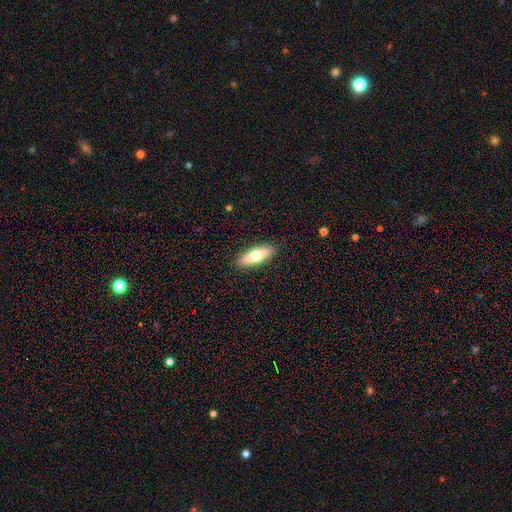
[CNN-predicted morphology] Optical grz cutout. It shows a smooth galaxy with no disk features (68%) that is in between round and cigar-shaped (64%). Merging: none (90%).